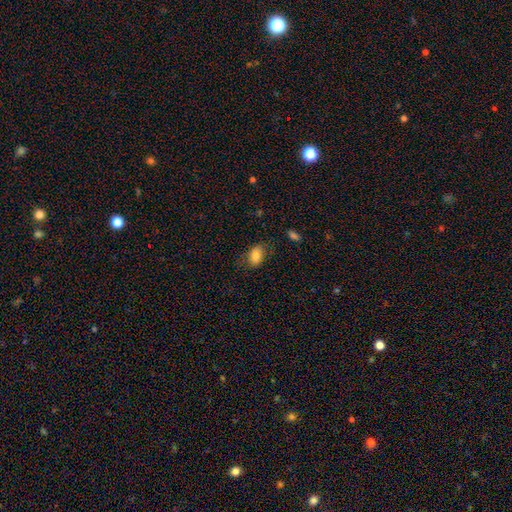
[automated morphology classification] The model was most divided on "merging": none: 72%, minor disturbance: 20%, major disturbance: 6%, merger: 2%. More confident: how rounded — in between (85%); smooth or featured — smooth (81%).